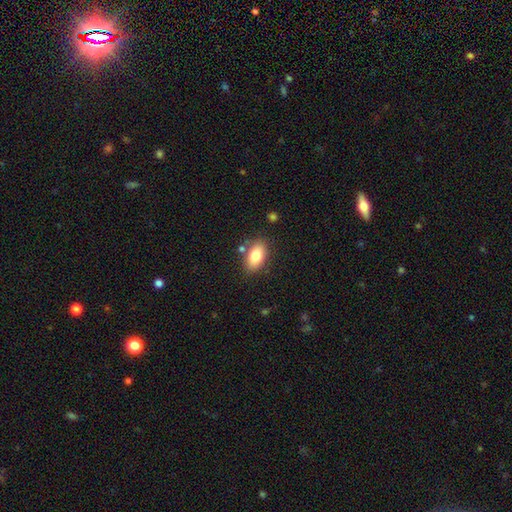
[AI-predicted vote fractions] smooth-or-featured: smooth: 81% | featured or disk: 11% | star or artifact: 8%
  how-rounded: in between: 90% | round: 7% | cigar-shaped: 3%
  merging: none: 80% | minor disturbance: 12% | merger: 5% | major disturbance: 3%